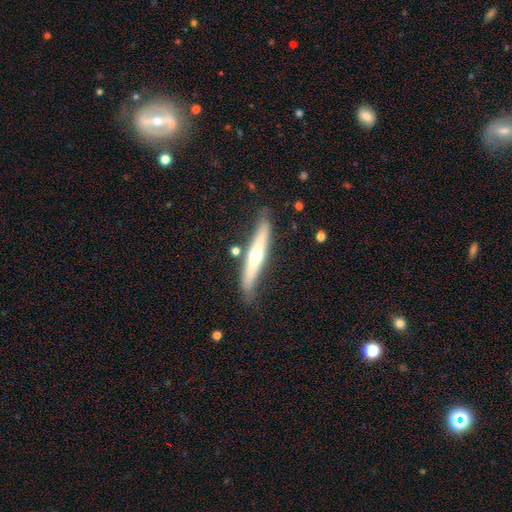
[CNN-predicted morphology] Smooth or featured: featured or disk — 59% (smooth — 35%)
Edge-on disk: yes — 93% (no — 7%)
Edge-on bulge: rounded — 88% (none — 9%)
Merging: none — 79% (minor disturbance — 14%)